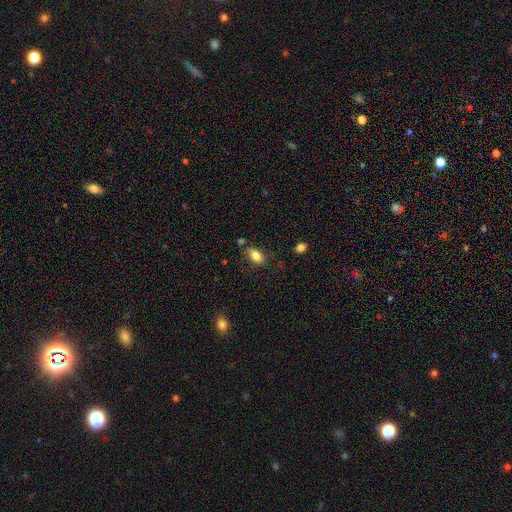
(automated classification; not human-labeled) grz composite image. It shows a smooth galaxy with no disk features (82%) that is in between round and cigar-shaped (87%). Merging: none (74%).